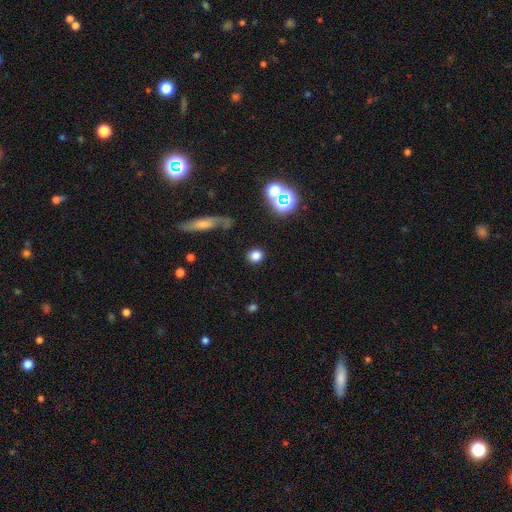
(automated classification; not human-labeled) Smooth or featured?
  - smooth: 78% *
  - star or artifact: 15%
  - featured or disk: 7%
How rounded?
  - round: 82% *
  - in between: 16%
  - cigar-shaped: 2%
Merging?
  - none: 87% *
  - minor disturbance: 7%
  - major disturbance: 3%
  - merger: 3%